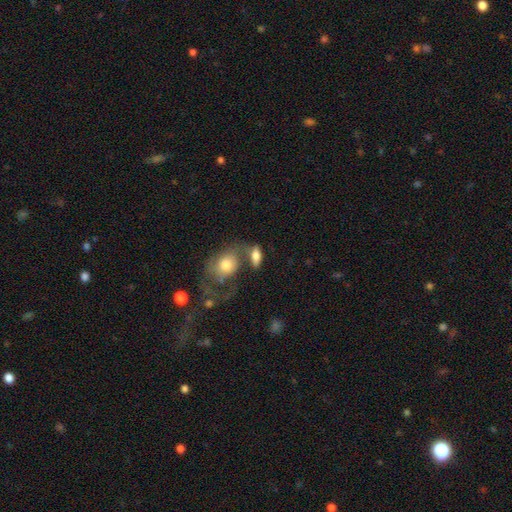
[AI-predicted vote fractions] Smooth or featured? smooth (72%)
How rounded? in between (82%)
Merging? none (45%)